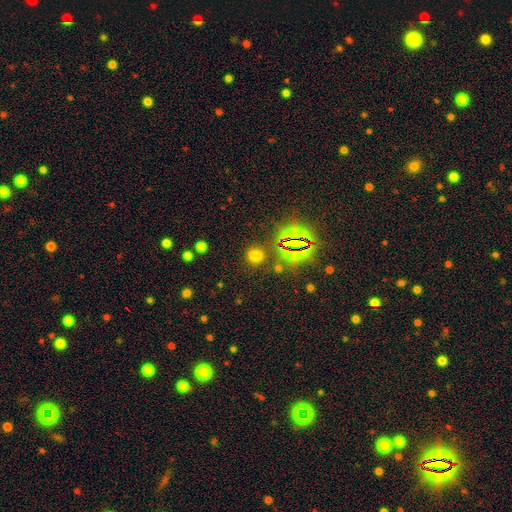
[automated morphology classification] type=smooth (55%); roundness=round (67%); merging=none (78%).